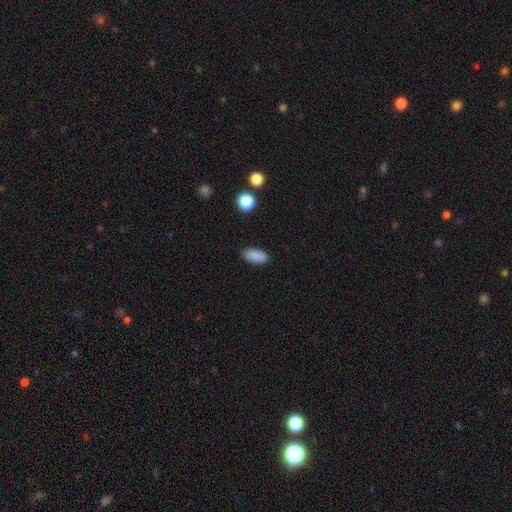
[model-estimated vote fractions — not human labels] A smooth galaxy with no disk features (88%) that is in between round and cigar-shaped (91%).

Vote fractions:
- Smooth or featured? smooth: 88% / star or artifact: 8% / featured or disk: 4%
- How rounded? in between: 91% / cigar-shaped: 6% / round: 3%
- Merging? none: 87% / minor disturbance: 10% / major disturbance: 2% / merger: 1%